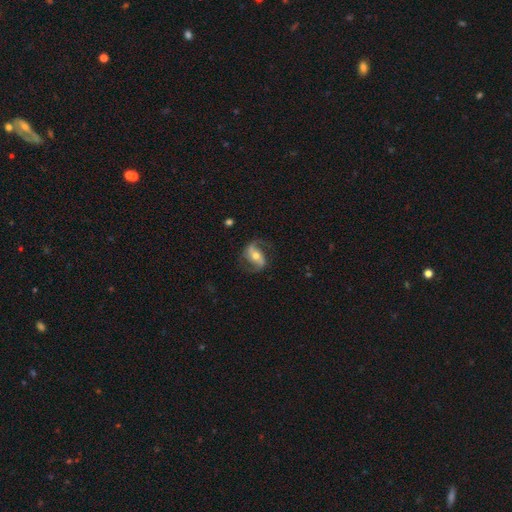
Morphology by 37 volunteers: smooth_or_featured: featured or disk (p=0.95) [alt: smooth p=0.05]
disk_edge_on: no (p=0.97) [alt: yes p=0.03]
bar: strong (p=0.50) [alt: weak p=0.41]
has_spiral_arms: yes (p=1.00)
spiral_winding: medium (p=0.53) [alt: loose p=0.44]
spiral_arm_count: 2 (p=0.97) [alt: can't tell p=0.03]
bulge_size: moderate (p=0.76) [alt: small p=0.21]
merging: none (p=0.78) [alt: minor disturbance p=0.11]